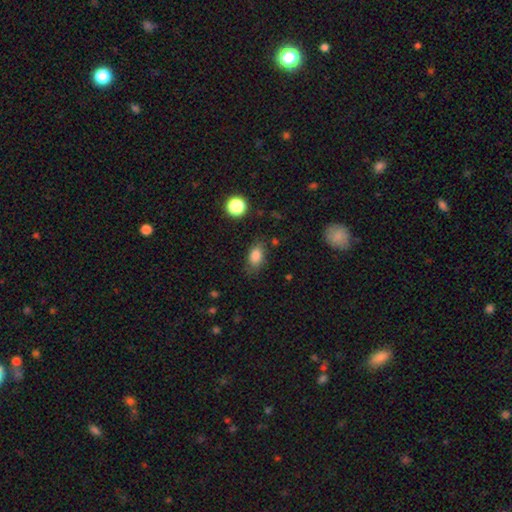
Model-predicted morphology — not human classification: Overall: smooth (83%). How rounded: in between (86%). Merging: none (74%).